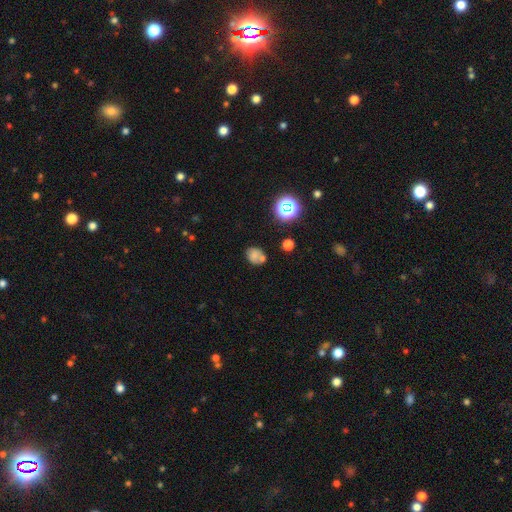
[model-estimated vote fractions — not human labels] A smooth galaxy with no disk features (66%) that is round (58%).

Vote fractions:
- Smooth or featured? smooth: 66% / featured or disk: 17% / star or artifact: 17%
- How rounded? round: 58% / in between: 41% / cigar-shaped: 1%
- Merging? none: 51% / merger: 25% / minor disturbance: 17% / major disturbance: 7%